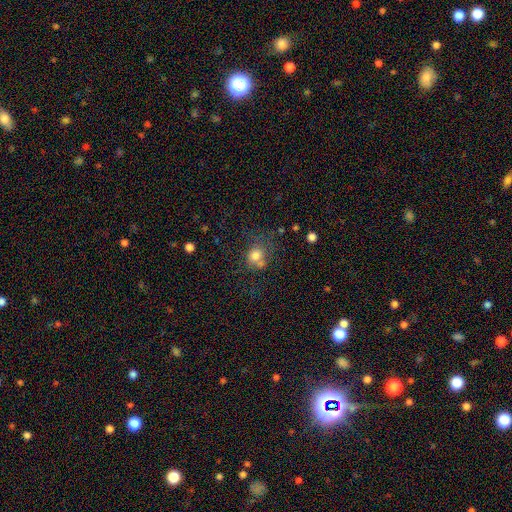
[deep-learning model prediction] Smooth or featured? Predicted: smooth (p=0.76). How rounded? Predicted: round (p=0.72). Merging? Predicted: none (p=0.49).